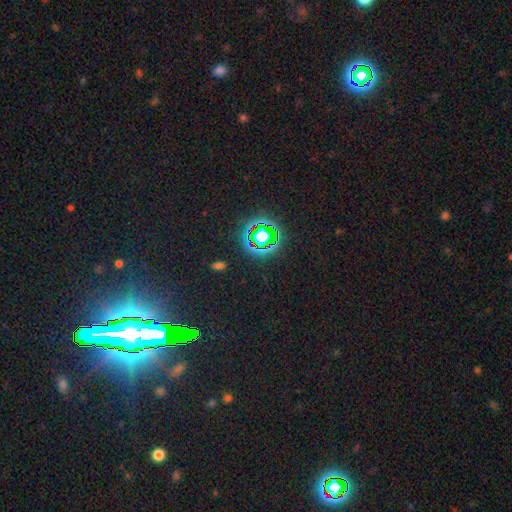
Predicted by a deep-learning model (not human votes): Smooth or featured: star or artifact — 83% (smooth — 9%)